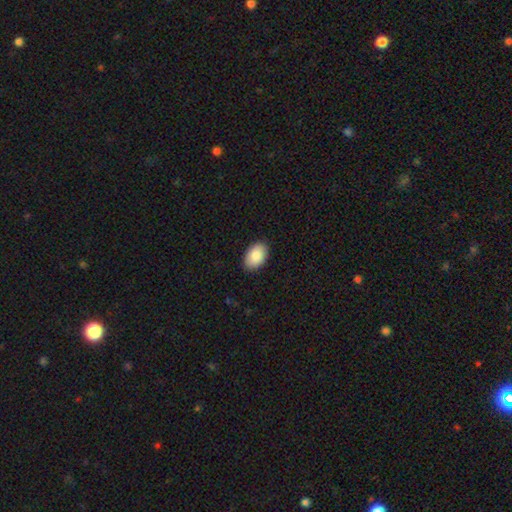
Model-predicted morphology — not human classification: Smooth or featured? smooth (89%)
How rounded? in between (92%)
Merging? none (89%)